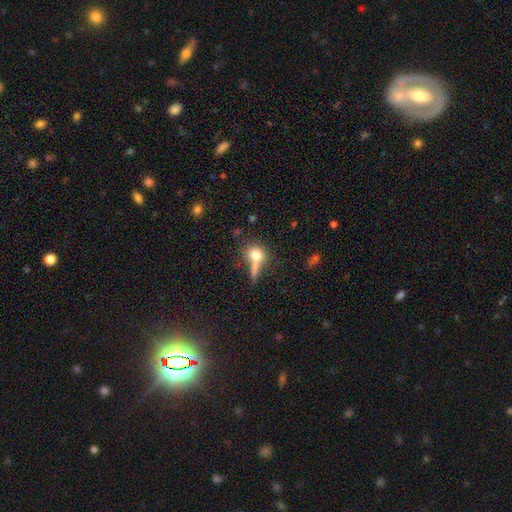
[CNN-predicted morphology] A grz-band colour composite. It shows a smooth galaxy with no disk features (74%) that is round (65%). Merging: none (39%).